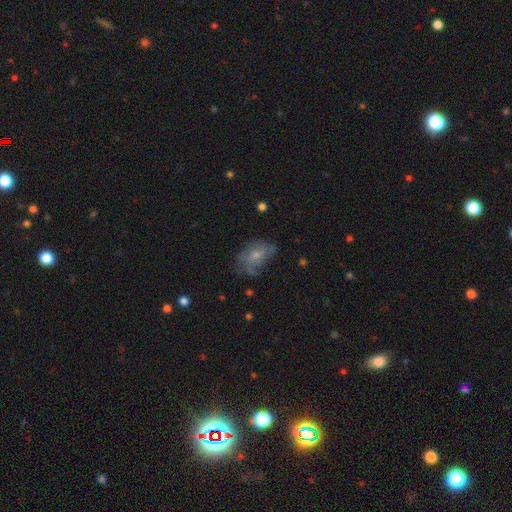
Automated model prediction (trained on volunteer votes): This is marginally a smooth galaxy (45%). Merging: marginally none (43%).